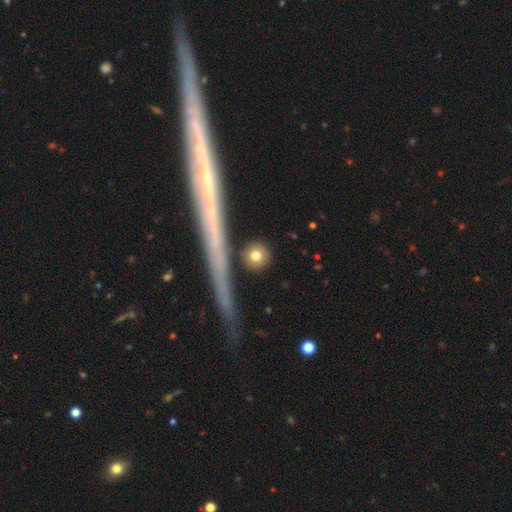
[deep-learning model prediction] This is likely a smooth galaxy (79%). How rounded: clearly round (91%). Merging: clearly none (89%).